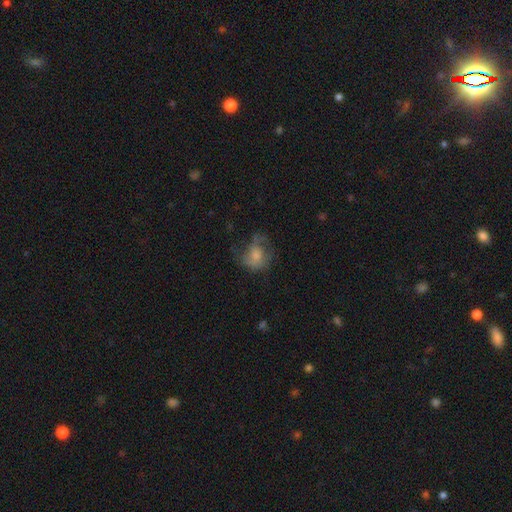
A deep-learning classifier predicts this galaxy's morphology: A smooth galaxy with no disk features (54%) that is round (58%).

Vote fractions:
- Smooth or featured? smooth: 54% / featured or disk: 35% / star or artifact: 11%
- How rounded? round: 58% / in between: 41% / cigar-shaped: 1%
- Merging? none: 40% / major disturbance: 32% / minor disturbance: 26% / merger: 2%